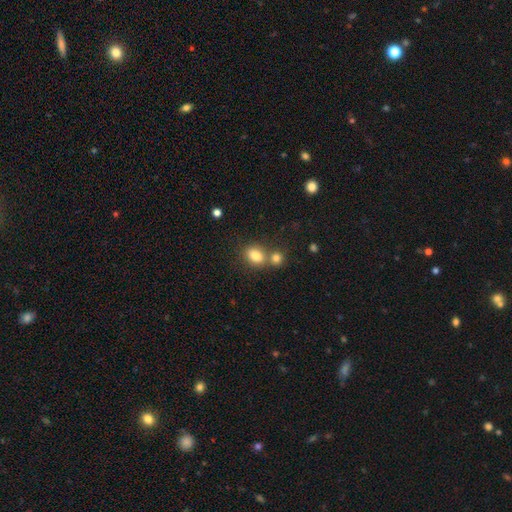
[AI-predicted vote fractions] Q: Smooth or featured?
A: smooth (83%); runner-up: star or artifact (10%)
Q: How rounded?
A: in between (69%); runner-up: round (30%)
Q: Merging?
A: none (48%); runner-up: merger (37%)